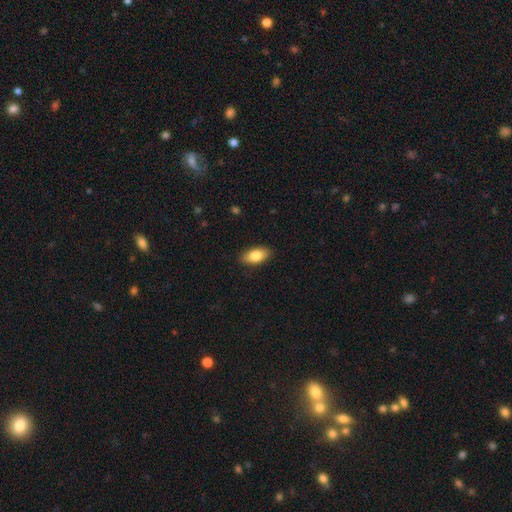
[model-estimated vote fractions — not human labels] smooth 82%, featured or disk 11%, star or artifact 6%. Down the decision tree: how rounded — in between (90%); merging — none (88%).